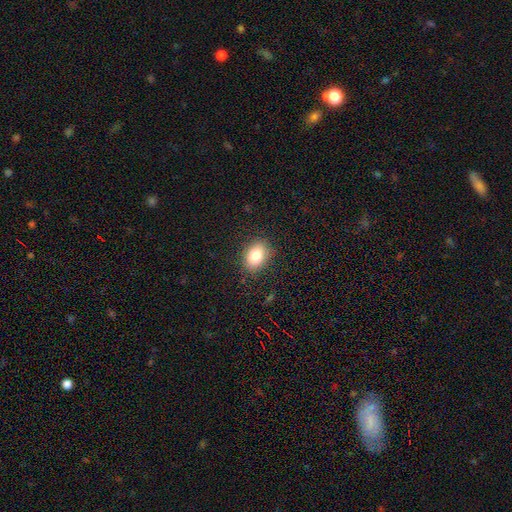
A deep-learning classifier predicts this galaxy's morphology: The model was most divided on "how rounded": in between: 73%, round: 26%, cigar-shaped: 1%. More confident: merging — none (86%); smooth or featured — smooth (82%).